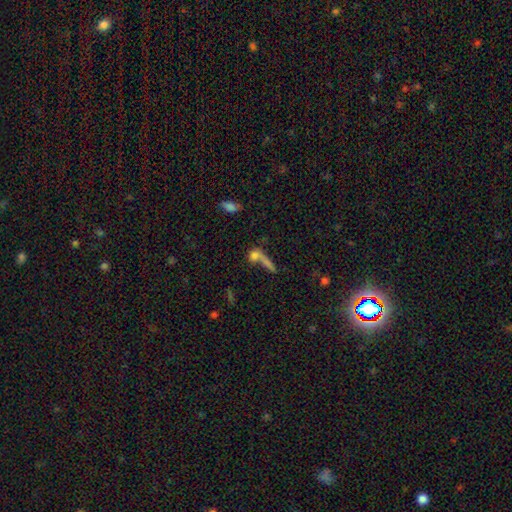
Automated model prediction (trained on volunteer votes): This appears to be a smooth galaxy with no disk features (66%) that is cigar-shaped (35%). Merging: none (44%).